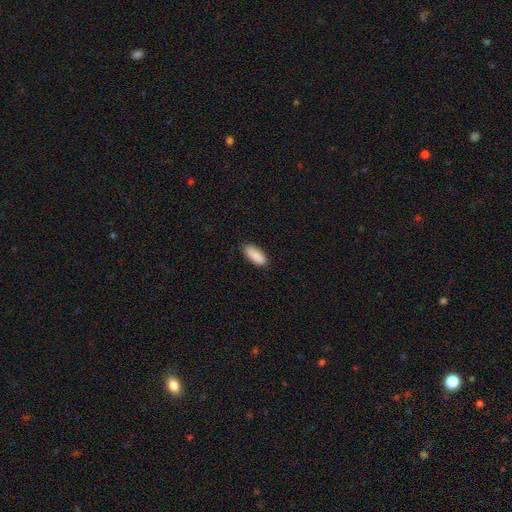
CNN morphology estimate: Smooth or featured?
  - smooth: 89% *
  - star or artifact: 6%
  - featured or disk: 5%
How rounded?
  - in between: 84% *
  - cigar-shaped: 14%
  - round: 2%
Merging?
  - none: 86% *
  - minor disturbance: 11%
  - major disturbance: 2%
  - merger: 1%